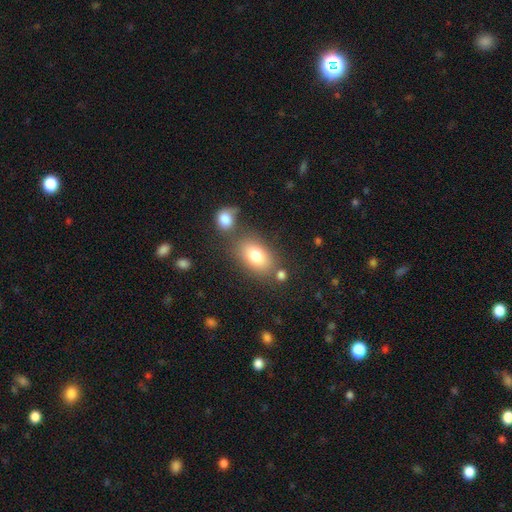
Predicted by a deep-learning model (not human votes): Smooth or featured? Predicted: smooth (p=0.78). How rounded? Predicted: in between (p=0.82). Merging? Predicted: none (p=0.65).